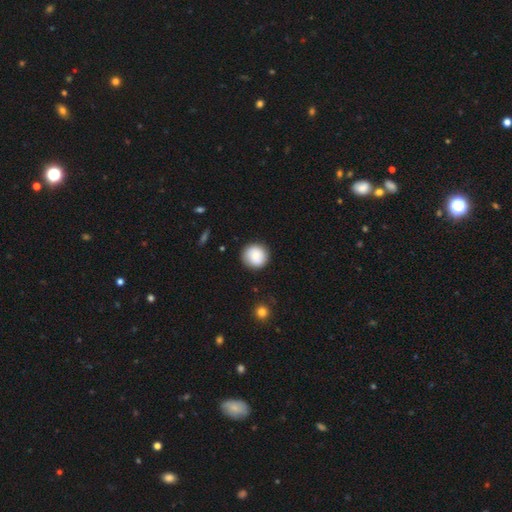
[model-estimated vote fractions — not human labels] Smooth or featured: smooth — 80% (featured or disk — 12%)
How rounded: round — 94% (in between — 5%)
Merging: none — 88% (minor disturbance — 8%)